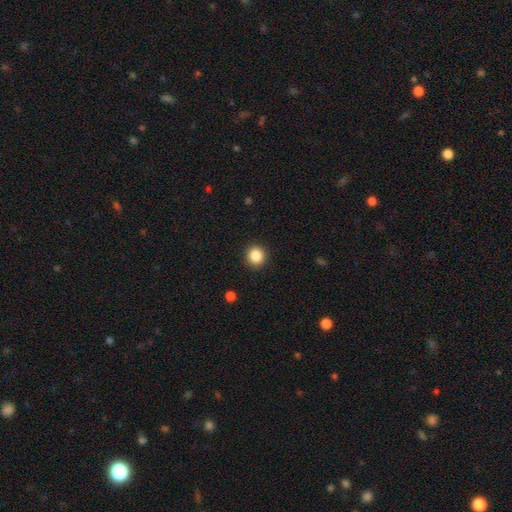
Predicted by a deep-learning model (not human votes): This appears to be a smooth galaxy with no disk features (86%) that is round (91%). Merging: none (92%).